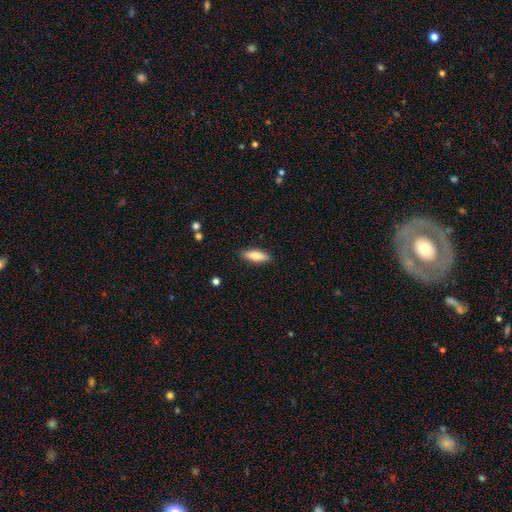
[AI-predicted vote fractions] smooth-or-featured: smooth: 76% | featured or disk: 18% | star or artifact: 6%
  how-rounded: in between: 55% | cigar-shaped: 43% | round: 2%
  merging: none: 88% | minor disturbance: 8% | major disturbance: 2% | merger: 1%